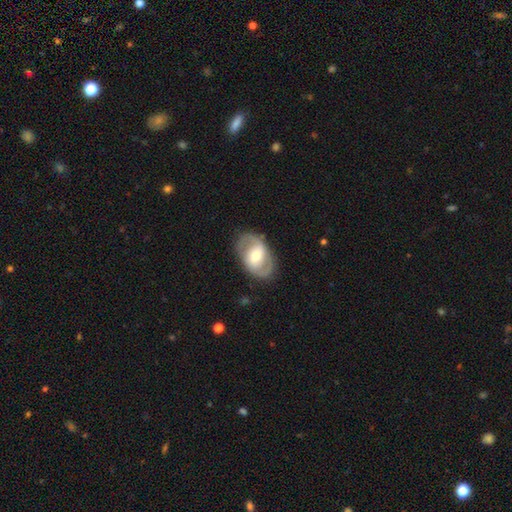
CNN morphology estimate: The model was most divided on "bar": weak: 42%, no: 33%, strong: 25%. Remaining: edge-on disk — no (95%); spiral arm count — 2 (86%); merging — none (82%); spiral arms — yes (76%); smooth or featured — featured or disk (71%); bulge size — moderate (64%); spiral winding — medium (49%).